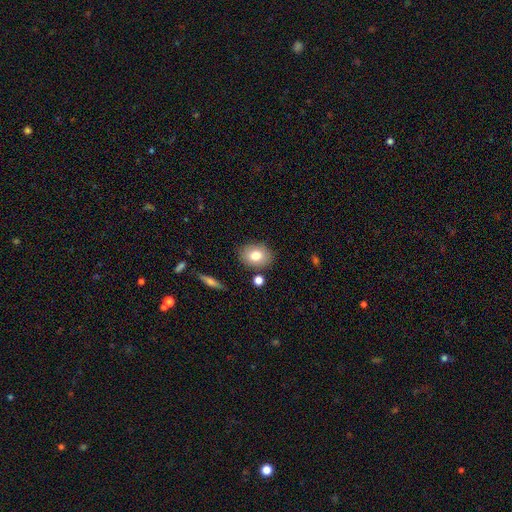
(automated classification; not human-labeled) The model was most divided on "how rounded": in between: 62%, round: 36%, cigar-shaped: 1%. More confident: merging — none (83%); smooth or featured — smooth (77%).